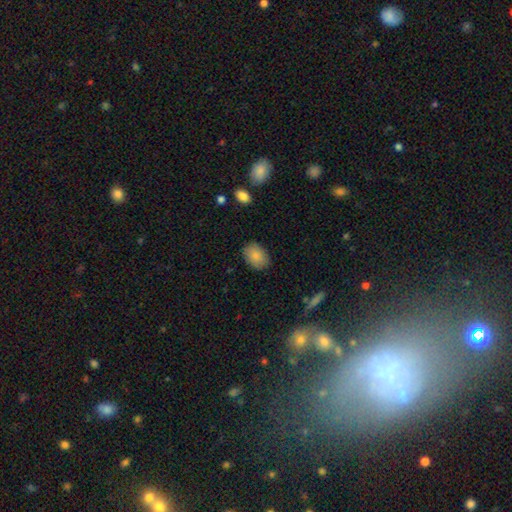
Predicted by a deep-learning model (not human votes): smooth 85%, star or artifact 8%, featured or disk 7%. Down the decision tree: how rounded — in between (73%); merging — none (85%).